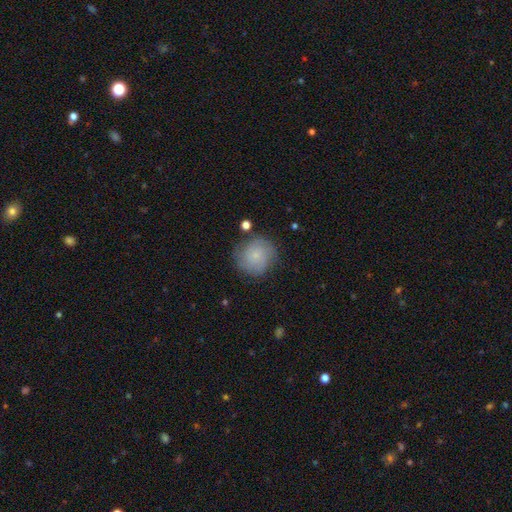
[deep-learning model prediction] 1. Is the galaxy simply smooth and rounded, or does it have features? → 57% smooth, 34% featured or disk, 9% star or artifact.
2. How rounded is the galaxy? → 89% round, 10% in between, 1% cigar-shaped.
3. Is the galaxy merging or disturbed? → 74% none, 18% minor disturbance, 6% major disturbance, 3% merger.